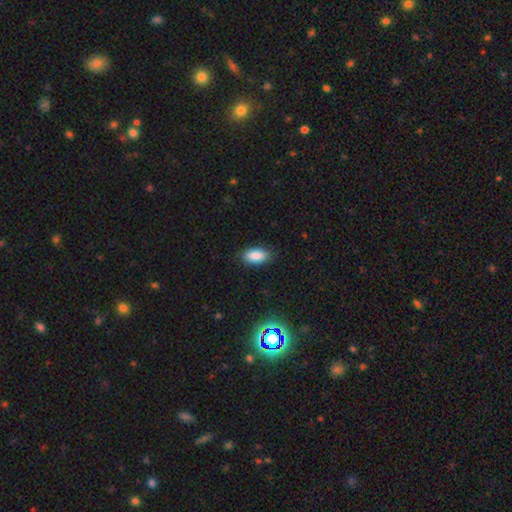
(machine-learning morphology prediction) type=smooth (87%); roundness=in between (91%); merging=none (86%).